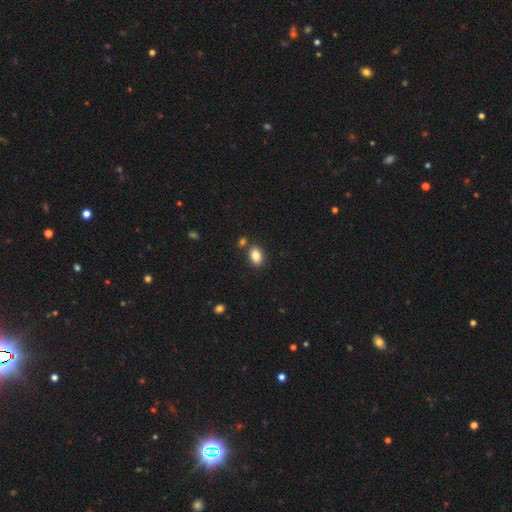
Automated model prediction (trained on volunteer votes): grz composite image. It shows a smooth galaxy with no disk features (84%) that is in between round and cigar-shaped (86%). Merging: none (79%).